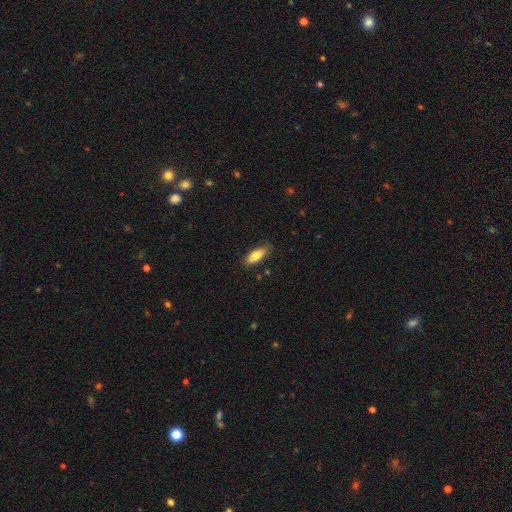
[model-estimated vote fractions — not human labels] Smooth or featured? Predicted: smooth (p=0.79). How rounded? Predicted: in between (p=0.70). Merging? Predicted: none (p=0.81).